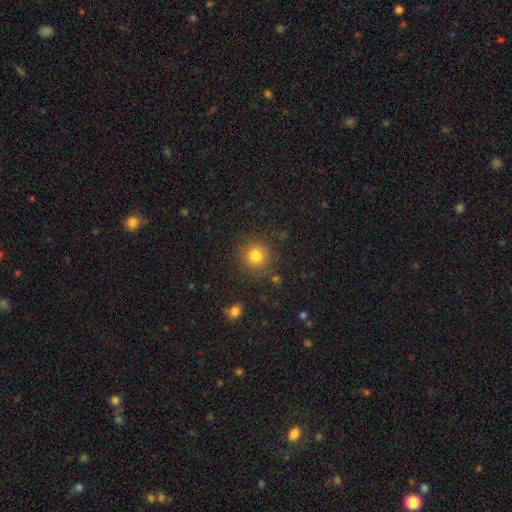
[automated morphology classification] Overall: smooth (81%). How rounded: round (92%). Merging: none (85%).